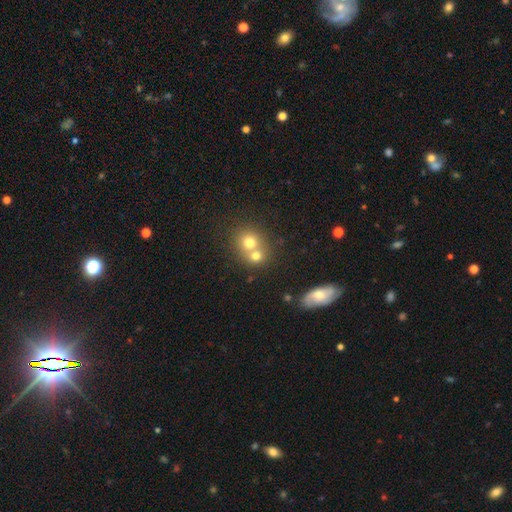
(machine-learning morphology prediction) Smooth or featured: smooth — 71% (featured or disk — 16%)
How rounded: round — 78% (in between — 22%)
Merging: merger — 58% (none — 34%)